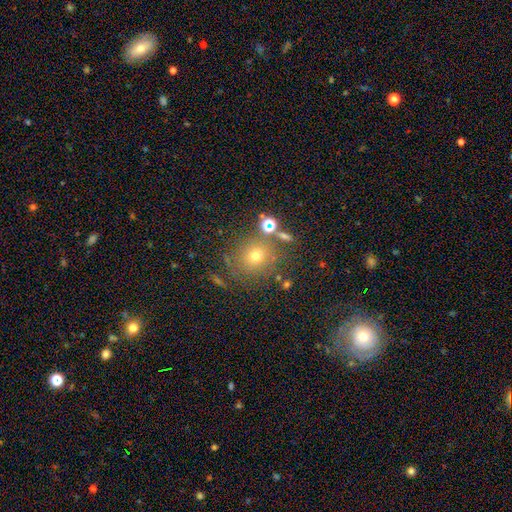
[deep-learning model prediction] smooth-or-featured: smooth: 62% | star or artifact: 24% | featured or disk: 13%
  how-rounded: round: 87% | in between: 12% | cigar-shaped: 1%
  merging: none: 74% | minor disturbance: 11% | merger: 9% | major disturbance: 6%